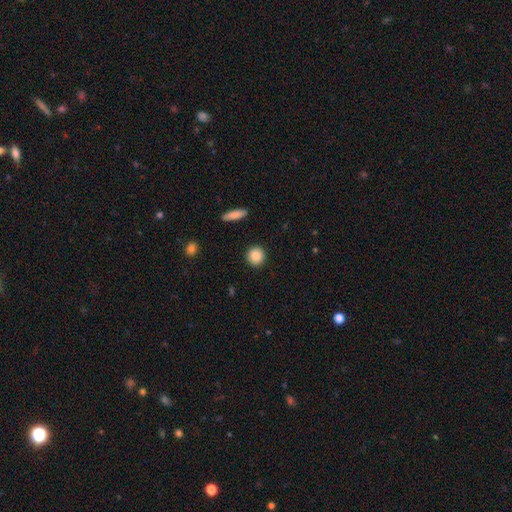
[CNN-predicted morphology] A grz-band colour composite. It shows a smooth galaxy with no disk features (86%) that is round (91%). Merging: none (92%).